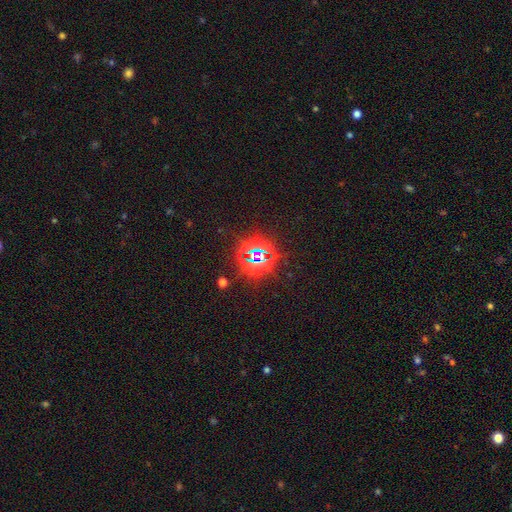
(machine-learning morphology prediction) smooth_or_featured: star or artifact (p=0.82) [alt: smooth p=0.10]